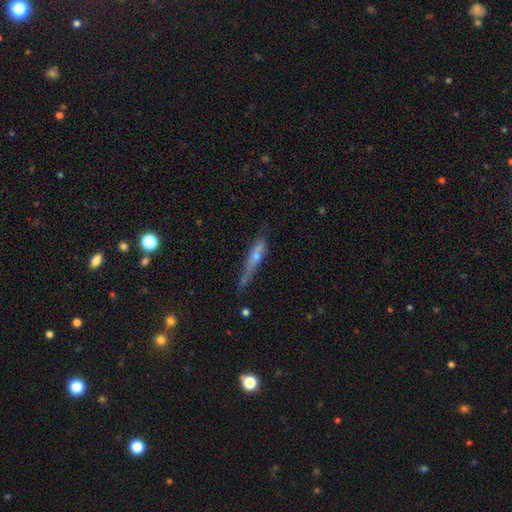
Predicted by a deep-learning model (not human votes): The model was most divided on "smooth or featured": smooth: 46%, featured or disk: 45%, star or artifact: 9%. Remaining: merging — none (50%).